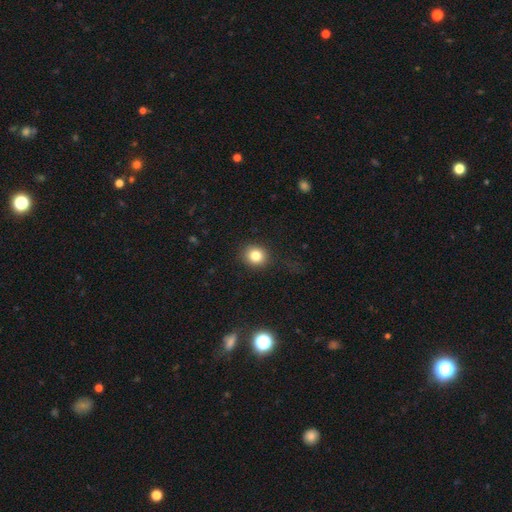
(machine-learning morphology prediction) Smooth or featured? Predicted: smooth (p=0.82). How rounded? Predicted: round (p=0.81). Merging? Predicted: none (p=0.86).